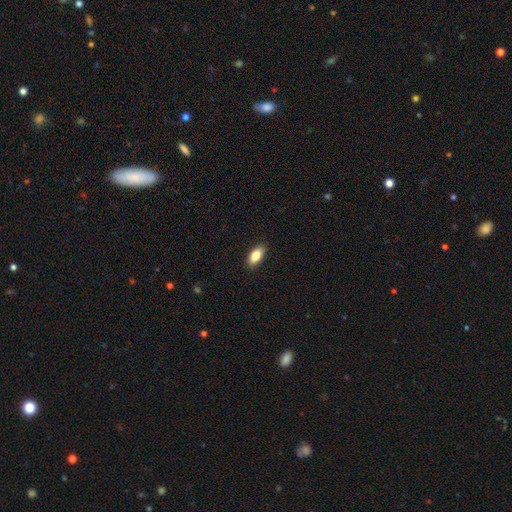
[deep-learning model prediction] A smooth galaxy with no disk features (85%) that is in between round and cigar-shaped (87%). Merging: none (88%).